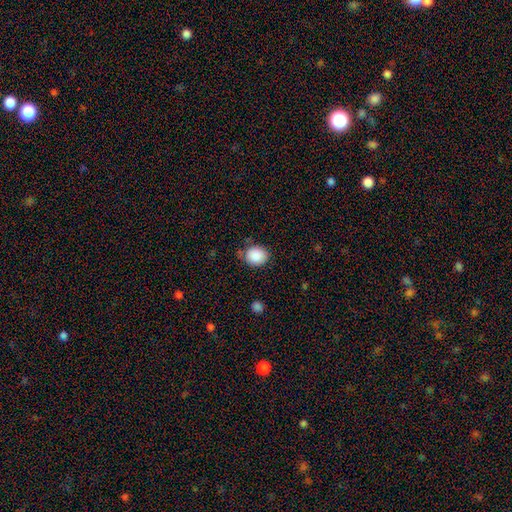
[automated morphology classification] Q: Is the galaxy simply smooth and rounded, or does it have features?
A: smooth — 88%.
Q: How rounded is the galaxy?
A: round — 60%.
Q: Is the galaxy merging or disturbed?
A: none — 76%.